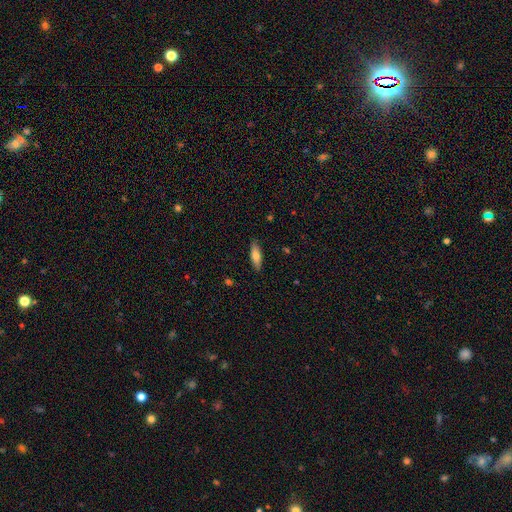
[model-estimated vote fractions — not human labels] This is likely a smooth galaxy (72%). How rounded: possibly in between (56%). Merging: clearly none (88%).